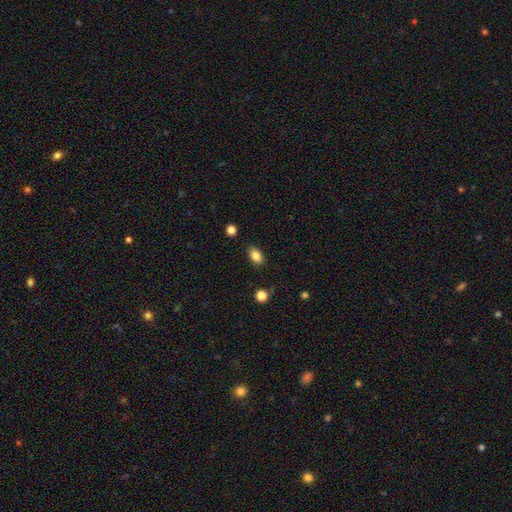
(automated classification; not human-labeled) Morphology: type=smooth (84%); roundness=in between (86%); merging=none (85%).